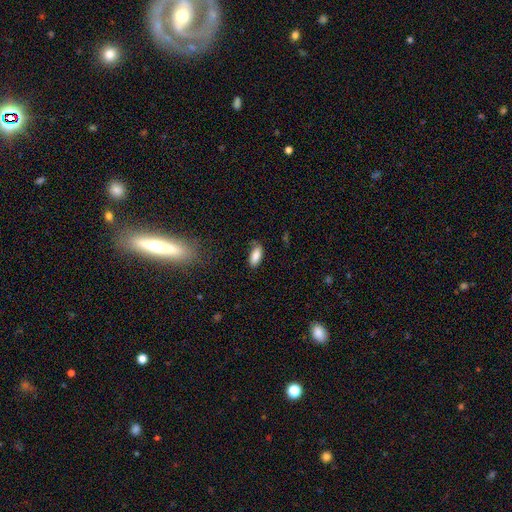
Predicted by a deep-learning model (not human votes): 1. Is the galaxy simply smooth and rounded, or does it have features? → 86% smooth, 7% star or artifact, 7% featured or disk.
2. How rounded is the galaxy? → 85% in between, 13% cigar-shaped, 2% round.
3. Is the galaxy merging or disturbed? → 77% none, 17% minor disturbance, 4% major disturbance, 2% merger.